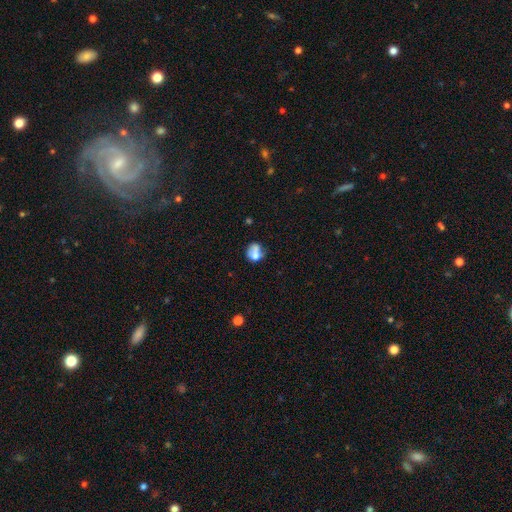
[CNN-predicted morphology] Smooth or featured? Predicted: smooth (p=0.67). How rounded? Predicted: round (p=0.56). Merging? Predicted: none (p=0.36).